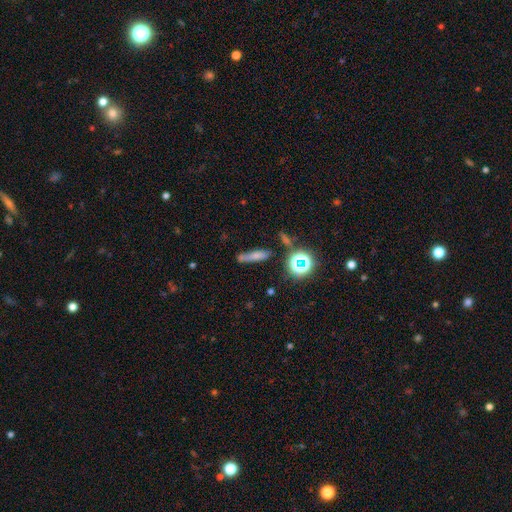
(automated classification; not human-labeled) This is likely a smooth galaxy (63%). How rounded: likely cigar-shaped (73%). Merging: likely none (66%).